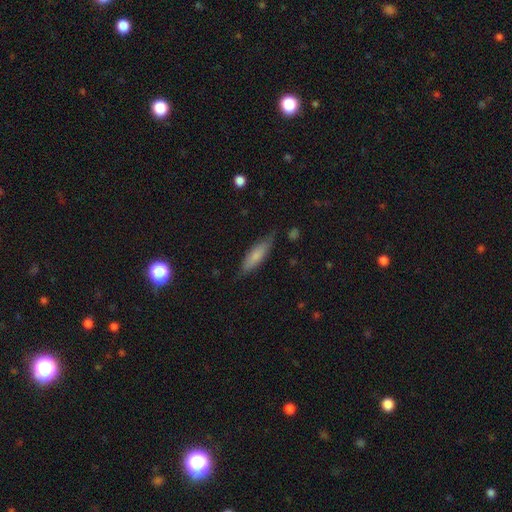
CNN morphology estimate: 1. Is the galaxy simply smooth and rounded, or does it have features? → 72% smooth, 22% featured or disk, 6% star or artifact.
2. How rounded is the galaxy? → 55% cigar-shaped, 43% in between, 2% round.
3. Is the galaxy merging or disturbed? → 70% none, 24% minor disturbance, 5% major disturbance, 2% merger.